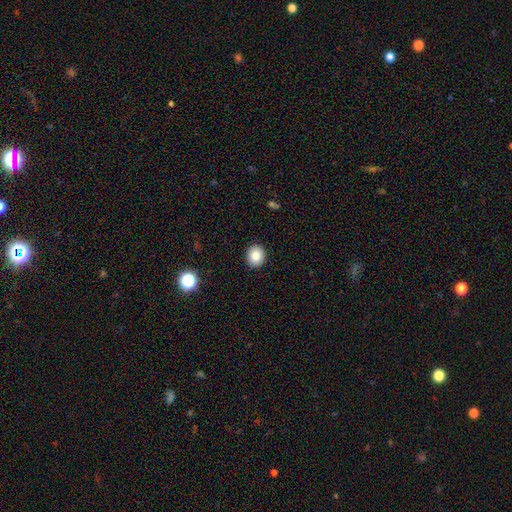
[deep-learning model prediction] Q: Smooth or featured?
A: smooth (85%); runner-up: star or artifact (10%)
Q: How rounded?
A: round (74%); runner-up: in between (25%)
Q: Merging?
A: none (92%); runner-up: minor disturbance (6%)